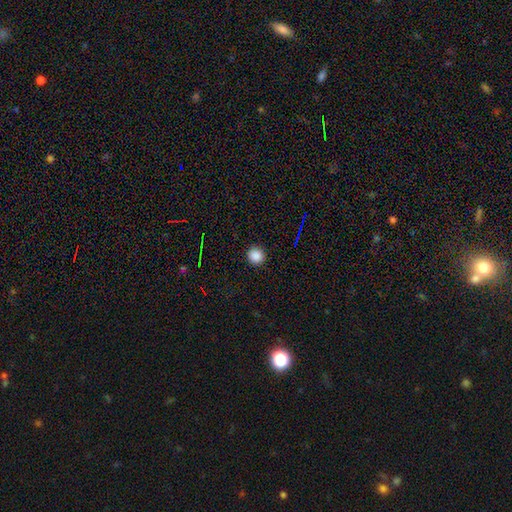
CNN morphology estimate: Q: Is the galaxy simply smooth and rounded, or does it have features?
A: smooth — 85%.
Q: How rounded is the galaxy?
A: round — 90%.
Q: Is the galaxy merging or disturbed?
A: none — 91%.